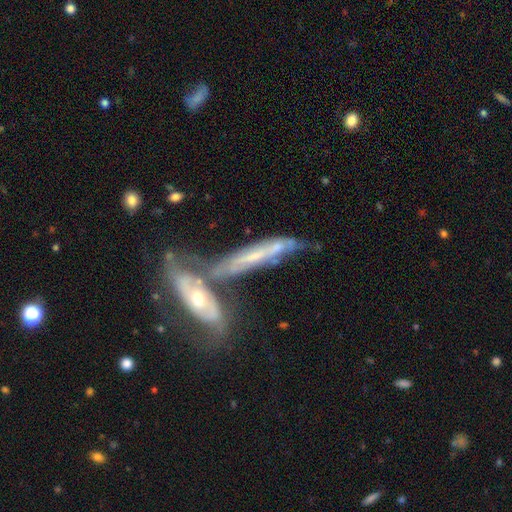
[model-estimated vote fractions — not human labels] A featured or disk galaxy (70%) viewed edge-on (54%). Merging: merger (39%).